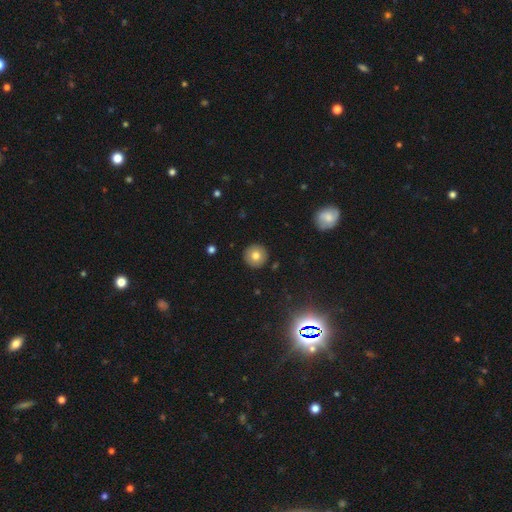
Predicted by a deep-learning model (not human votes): Smooth or featured?
  - smooth: 77% *
  - featured or disk: 13%
  - star or artifact: 11%
How rounded?
  - round: 96% *
  - in between: 3%
  - cigar-shaped: 1%
Merging?
  - none: 92% *
  - minor disturbance: 5%
  - major disturbance: 2%
  - merger: 1%